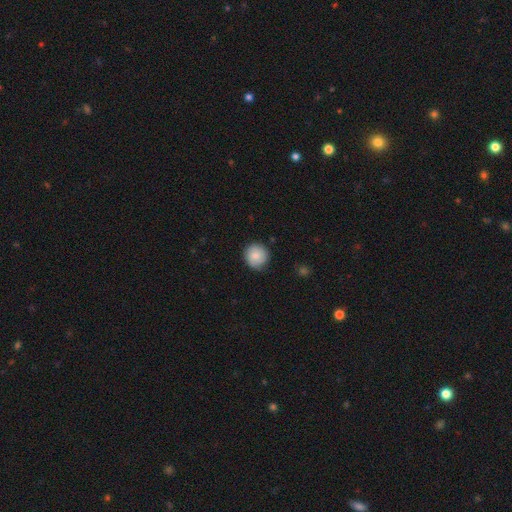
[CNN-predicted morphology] smooth_or_featured: smooth (p=0.80) [alt: featured or disk p=0.12]
how_rounded: round (p=0.94) [alt: in between p=0.05]
merging: none (p=0.87) [alt: minor disturbance p=0.10]